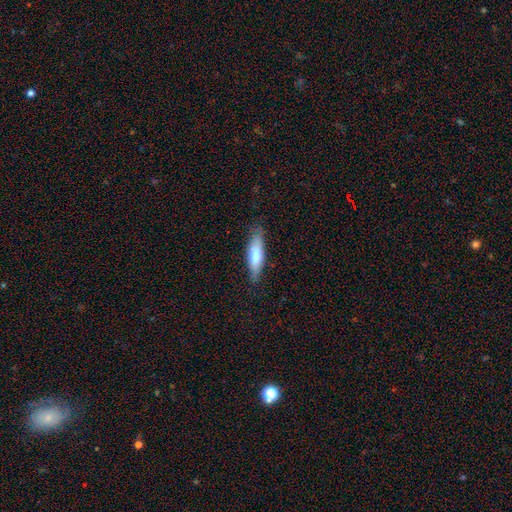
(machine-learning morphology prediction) Smooth or featured? smooth (63%)
How rounded? cigar-shaped (56%)
Merging? none (78%)